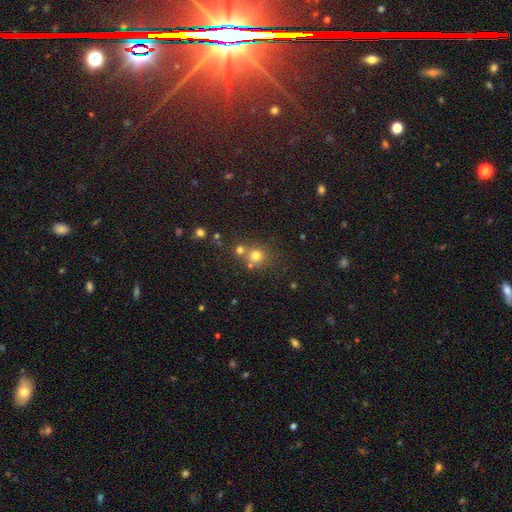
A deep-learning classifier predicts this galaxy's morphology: type=smooth (72%); roundness=round (85%); merging=none (58%).